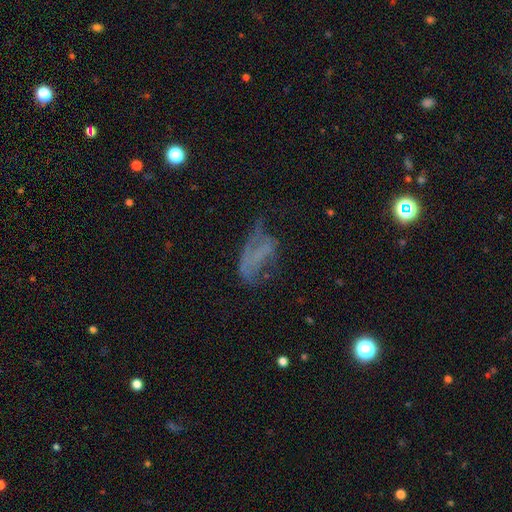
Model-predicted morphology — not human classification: A featured or disk galaxy (45%). Merging: major disturbance (41%).